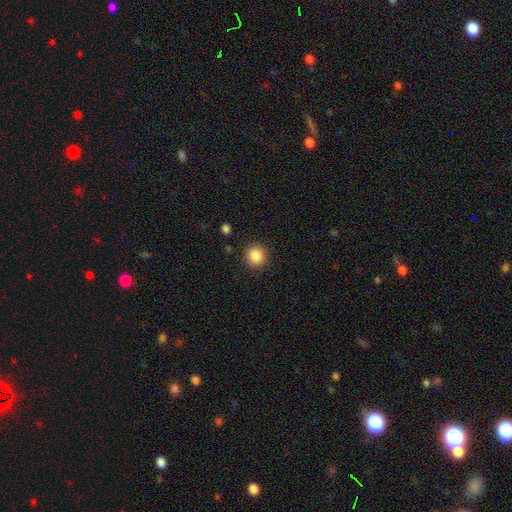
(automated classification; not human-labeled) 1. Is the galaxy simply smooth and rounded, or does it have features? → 86% smooth, 10% star or artifact, 4% featured or disk.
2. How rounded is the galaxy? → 92% round, 7% in between, 1% cigar-shaped.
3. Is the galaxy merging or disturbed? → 90% none, 6% minor disturbance, 2% major disturbance, 1% merger.